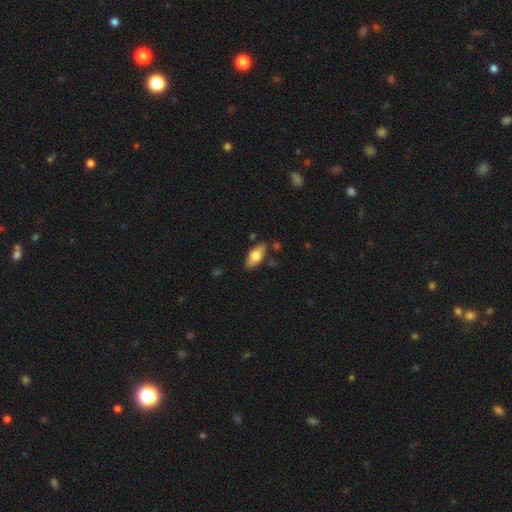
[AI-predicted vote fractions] Smooth or featured?
  - smooth: 69% *
  - featured or disk: 25%
  - star or artifact: 6%
How rounded?
  - in between: 87% *
  - cigar-shaped: 11%
  - round: 3%
Merging?
  - none: 81% *
  - minor disturbance: 14%
  - merger: 3%
  - major disturbance: 2%